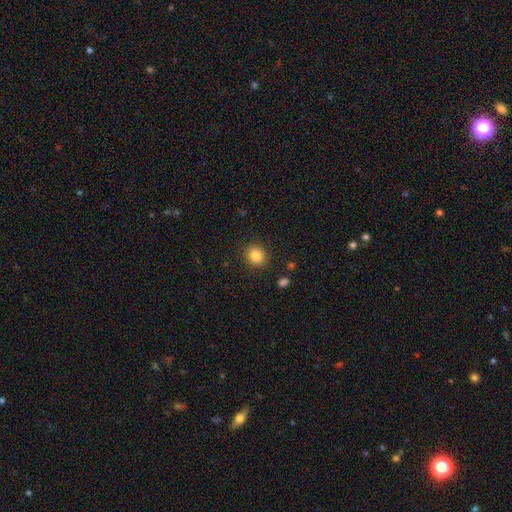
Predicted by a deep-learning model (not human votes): Smooth or featured: smooth — 84% (star or artifact — 10%)
How rounded: round — 76% (in between — 23%)
Merging: none — 89% (minor disturbance — 7%)